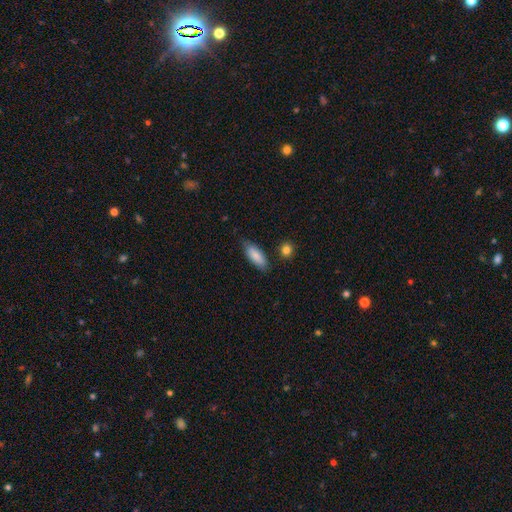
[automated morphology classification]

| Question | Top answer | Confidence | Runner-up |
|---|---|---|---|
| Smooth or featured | smooth | 85% | featured or disk (9%) |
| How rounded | in between | 72% | cigar-shaped (26%) |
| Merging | none | 78% | minor disturbance (16%) |